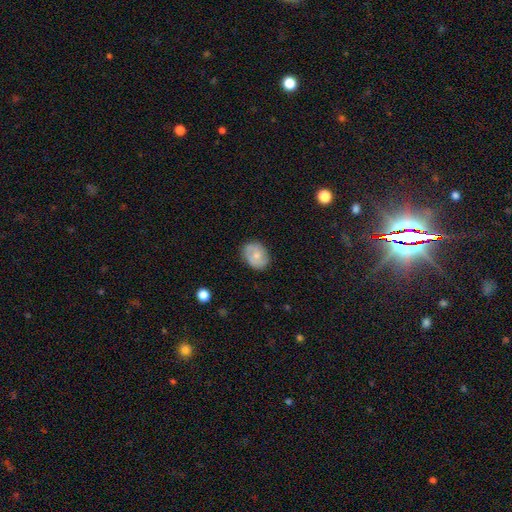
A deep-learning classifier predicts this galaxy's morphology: This appears to be a smooth galaxy with no disk features (62%) that is in between round and cigar-shaped (57%). Merging: none (79%).